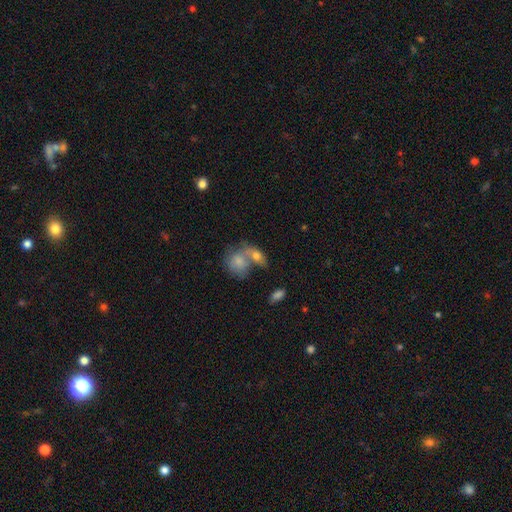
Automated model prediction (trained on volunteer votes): A smooth galaxy with no disk features (57%) that is in between round and cigar-shaped (53%). Merging: merger (50%).